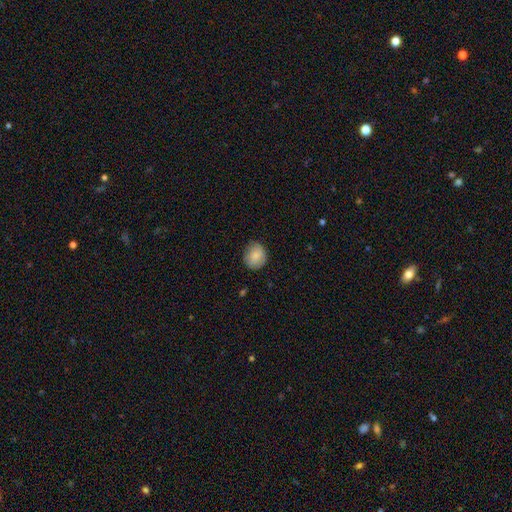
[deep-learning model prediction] The model was most divided on "how rounded": round: 72%, in between: 27%, cigar-shaped: 1%. More confident: smooth or featured — smooth (85%); merging — none (78%).